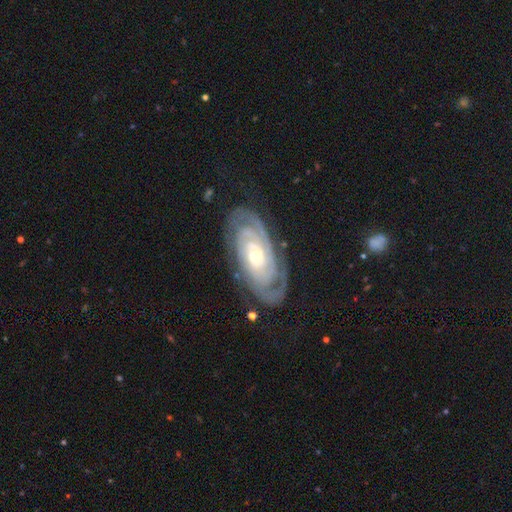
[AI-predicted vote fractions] Smooth or featured?
  - featured or disk: 89% *
  - smooth: 6%
  - star or artifact: 5%
Edge-on disk?
  - no: 94% *
  - yes: 6%
Bar?
  - no: 65% *
  - weak: 24%
  - strong: 11%
Spiral arms?
  - yes: 97% *
  - no: 3%
Spiral winding?
  - tight: 80% *
  - medium: 17%
  - loose: 3%
Spiral arm count?
  - 2: 40% *
  - can't tell: 25%
  - 3: 17%
  - 4: 8%
  - more than 4: 5%
  - 1: 5%
Bulge size?
  - small: 49% *
  - moderate: 47%
  - large: 3%
  - none: 1%
  - dominant: 1%
Merging?
  - none: 78% *
  - minor disturbance: 15%
  - major disturbance: 6%
  - merger: 1%